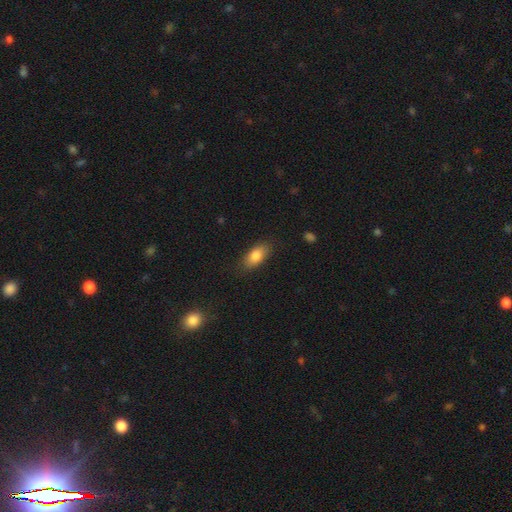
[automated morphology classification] smooth_or_featured: smooth (p=0.82) [alt: featured or disk p=0.10]
how_rounded: in between (p=0.88) [alt: cigar-shaped p=0.08]
merging: none (p=0.83) [alt: minor disturbance p=0.13]